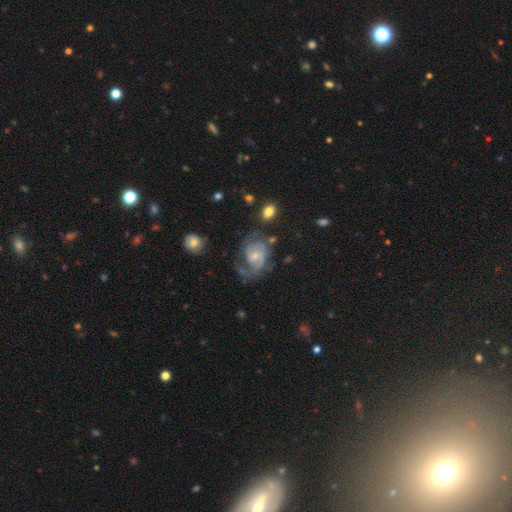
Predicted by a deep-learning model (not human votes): This appears to be a featured or disk galaxy (83%) with no bar (61%), 2 (43%) medium (44%) spiral arms (94%) and a small central bulge (60%). Merging: none (47%).